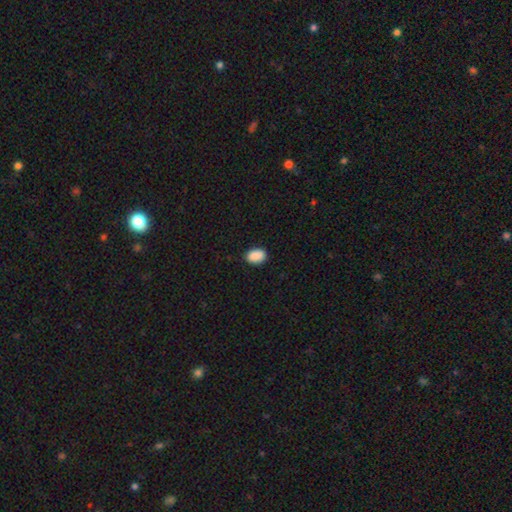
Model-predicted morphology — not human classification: Smooth or featured?
  - smooth: 90% *
  - star or artifact: 8%
  - featured or disk: 2%
How rounded?
  - in between: 80% *
  - round: 19%
  - cigar-shaped: 1%
Merging?
  - none: 87% *
  - minor disturbance: 10%
  - major disturbance: 2%
  - merger: 1%